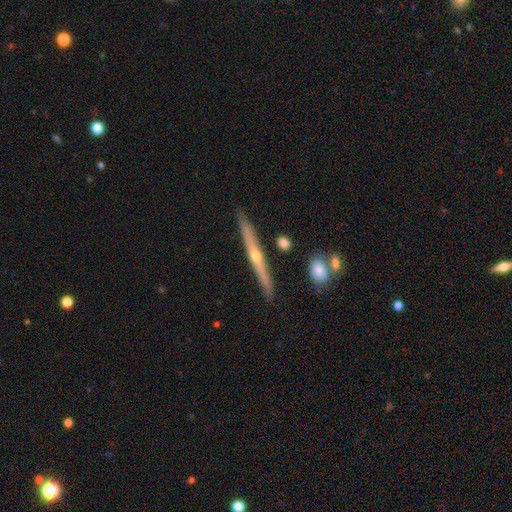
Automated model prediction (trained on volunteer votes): A featured or disk galaxy (77%) viewed edge-on (97%) with a rounded central bulge (84%).

Vote fractions:
- Smooth or featured? featured or disk: 77% / smooth: 17% / star or artifact: 6%
- Edge-on disk? yes: 97% / no: 3%
- Edge-on bulge? rounded: 84% / none: 14% / boxy: 2%
- Merging? none: 89% / minor disturbance: 7% / merger: 3% / major disturbance: 2%